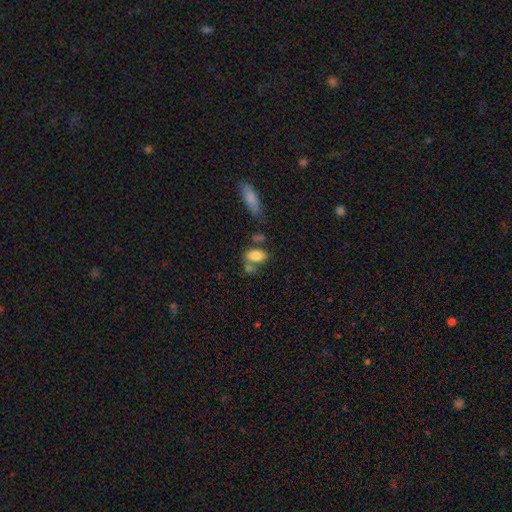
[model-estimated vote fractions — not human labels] smooth-or-featured: smooth: 81% | featured or disk: 10% | star or artifact: 9%
  how-rounded: in between: 89% | round: 6% | cigar-shaped: 6%
  merging: none: 49% | merger: 31% | minor disturbance: 14% | major disturbance: 6%